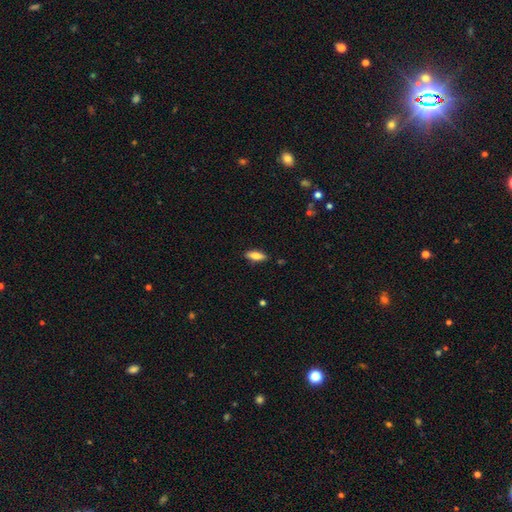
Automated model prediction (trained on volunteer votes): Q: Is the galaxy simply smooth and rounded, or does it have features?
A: smooth — 74%.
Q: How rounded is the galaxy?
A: in between — 63%.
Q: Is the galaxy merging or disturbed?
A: none — 86%.